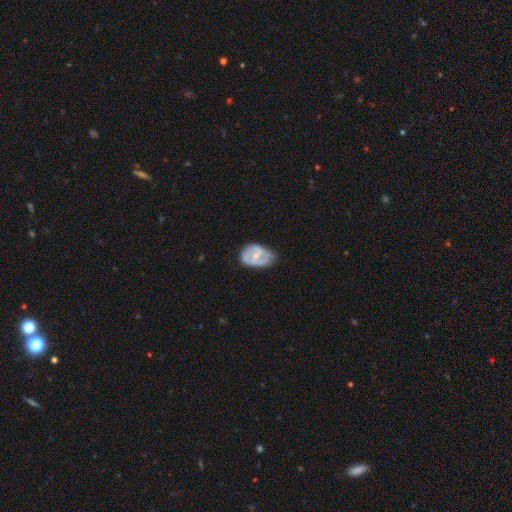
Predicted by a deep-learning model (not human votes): Smooth or featured? featured or disk (60%)
Edge-on disk? no (96%)
Bar? no (46%)
Spiral arms? no (52%)
Bulge size? small (48%)
Merging? none (54%)